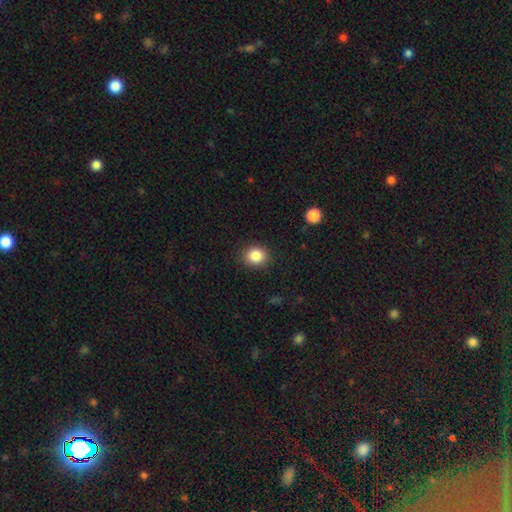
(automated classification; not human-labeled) smooth 85%, star or artifact 10%, featured or disk 5%. Down the decision tree: how rounded — round (71%); merging — none (89%).